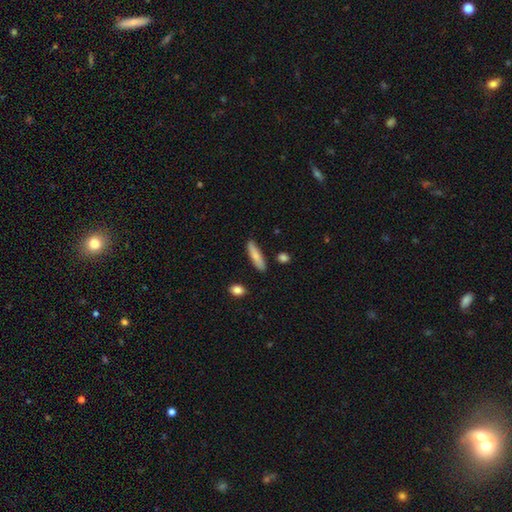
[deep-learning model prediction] Smooth or featured: smooth — 78% (featured or disk — 16%)
How rounded: cigar-shaped — 74% (in between — 24%)
Merging: none — 86% (minor disturbance — 10%)